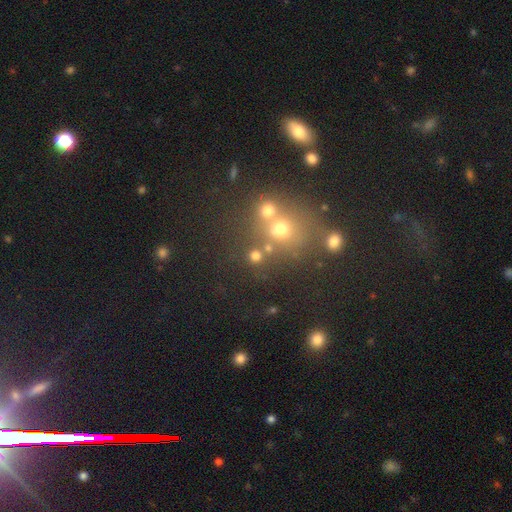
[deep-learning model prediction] smooth-or-featured: smooth: 71% | star or artifact: 21% | featured or disk: 8%
  how-rounded: round: 90% | in between: 9% | cigar-shaped: 1%
  merging: none: 71% | merger: 18% | minor disturbance: 7% | major disturbance: 4%